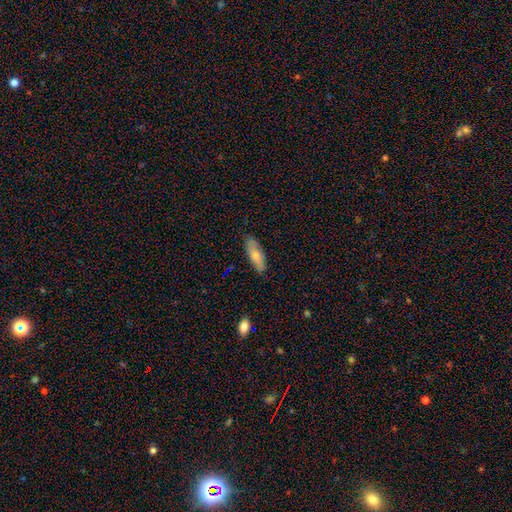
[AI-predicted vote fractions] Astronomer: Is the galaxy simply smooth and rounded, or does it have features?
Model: smooth — 72%.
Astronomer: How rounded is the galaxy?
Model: in between — 64%.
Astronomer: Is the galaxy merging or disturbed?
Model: none — 81%.